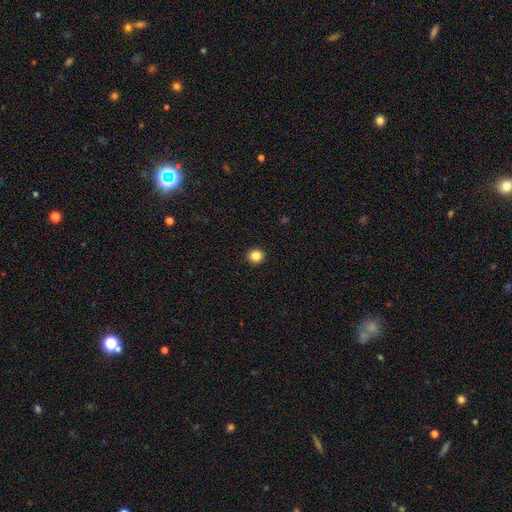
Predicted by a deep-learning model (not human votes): Smooth or featured? smooth (85%)
How rounded? round (89%)
Merging? none (93%)